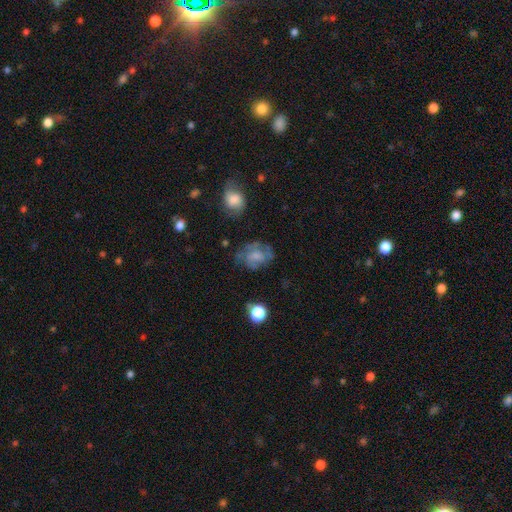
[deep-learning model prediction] Smooth or featured? smooth (51%)
How rounded? in between (55%)
Merging? none (51%)